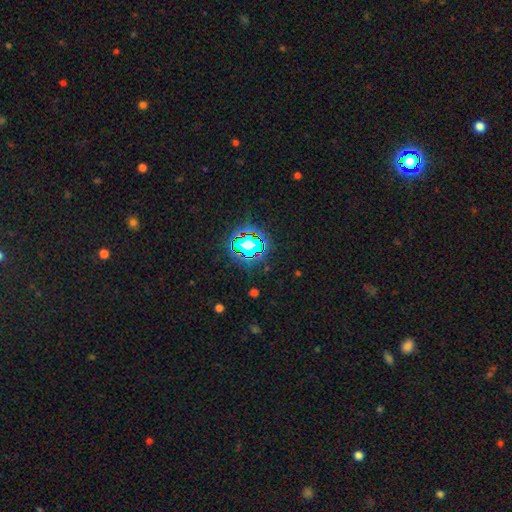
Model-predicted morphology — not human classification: Q: Smooth or featured?
A: star or artifact (81%); runner-up: smooth (12%)